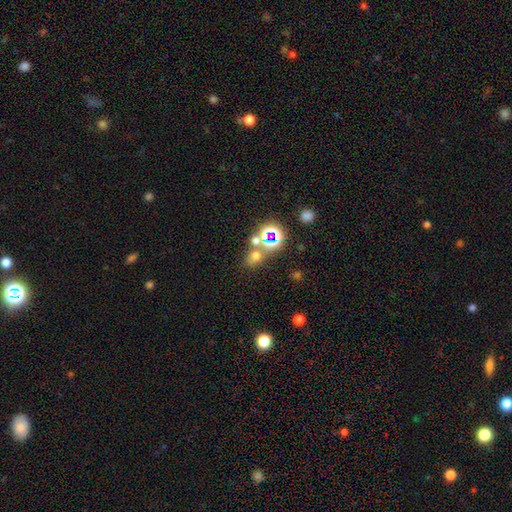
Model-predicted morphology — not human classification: Q: Smooth or featured?
A: smooth (54%); runner-up: star or artifact (35%)
Q: How rounded?
A: round (65%); runner-up: in between (33%)
Q: Merging?
A: none (55%); runner-up: merger (30%)